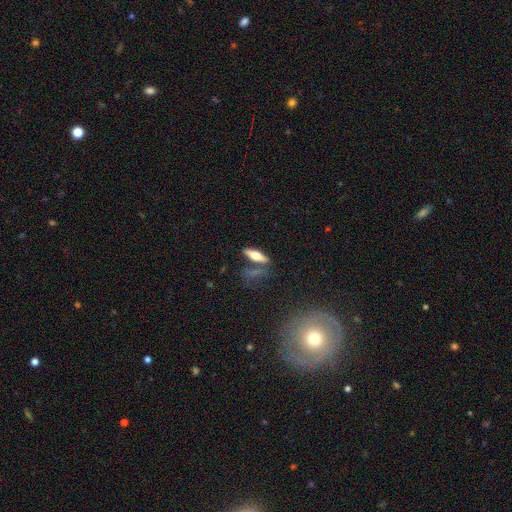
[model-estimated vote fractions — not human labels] Smooth or featured: smooth — 53% (featured or disk — 40%)
How rounded: cigar-shaped — 56% (in between — 41%)
Merging: none — 65% (minor disturbance — 16%)